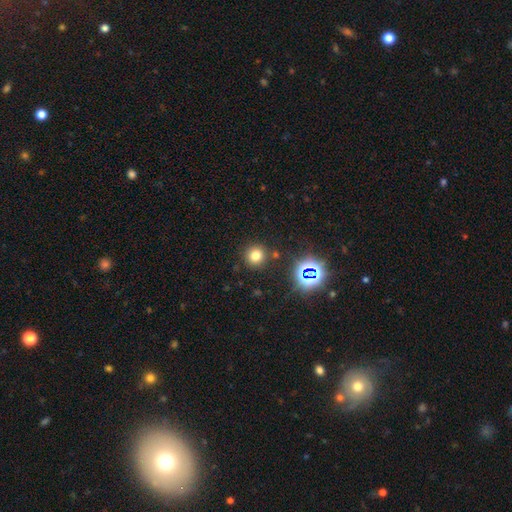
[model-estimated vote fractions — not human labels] Morphology: type=smooth (72%); roundness=round (93%); merging=none (85%).